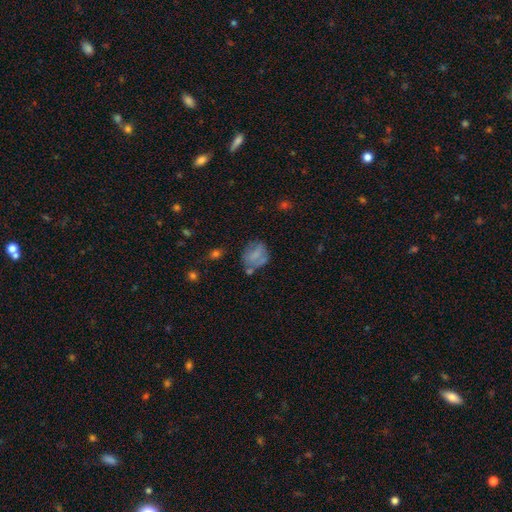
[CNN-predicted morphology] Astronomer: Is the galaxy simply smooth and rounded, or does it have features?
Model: smooth — 64%.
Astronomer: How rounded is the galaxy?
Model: round — 54% (runner-up: in between, 45%).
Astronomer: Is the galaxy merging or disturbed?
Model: none — 48% (runner-up: minor disturbance, 25%).